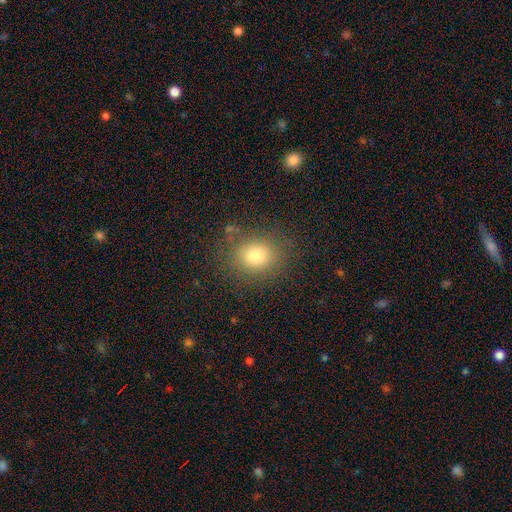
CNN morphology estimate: Smooth or featured? Predicted: smooth (p=0.78). How rounded? Predicted: round (p=0.67). Merging? Predicted: none (p=0.83).